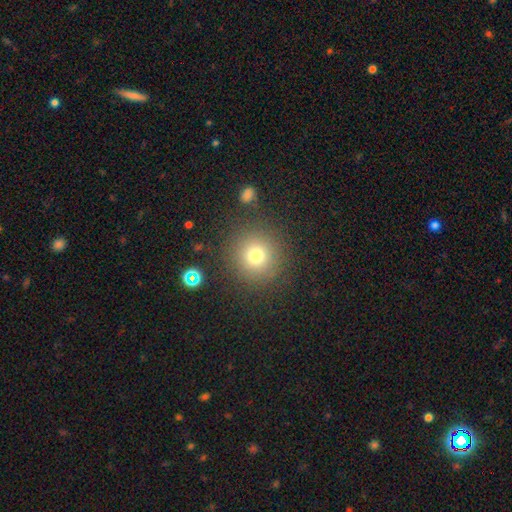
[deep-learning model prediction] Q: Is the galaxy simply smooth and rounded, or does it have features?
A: smooth — 76%.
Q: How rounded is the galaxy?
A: round — 94%.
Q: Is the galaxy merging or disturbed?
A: none — 86%.